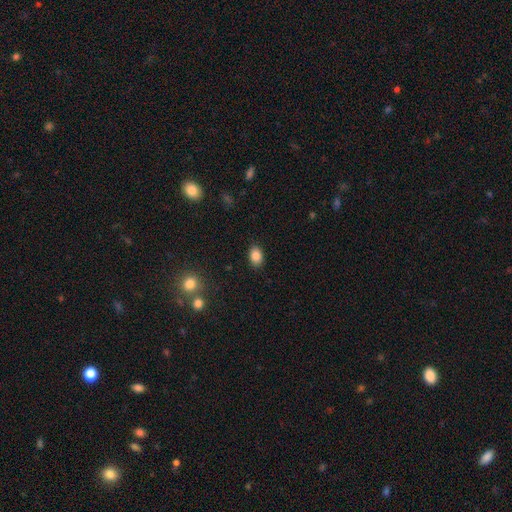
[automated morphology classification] type=smooth (86%); roundness=in between (81%); merging=none (88%).